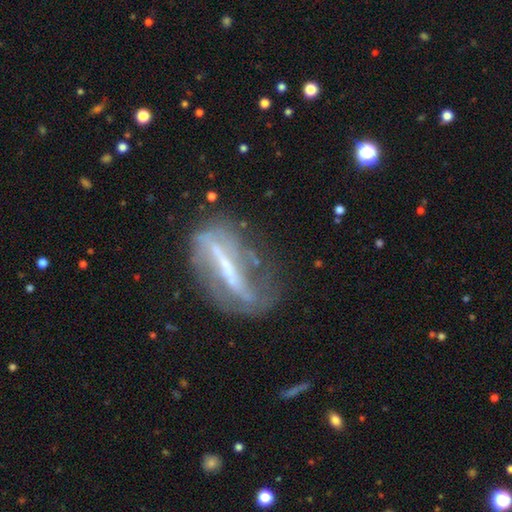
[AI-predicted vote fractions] This is likely a featured or disk galaxy (72%). It is likely not viewed edge-on (68%). Merging: possibly none (55%).